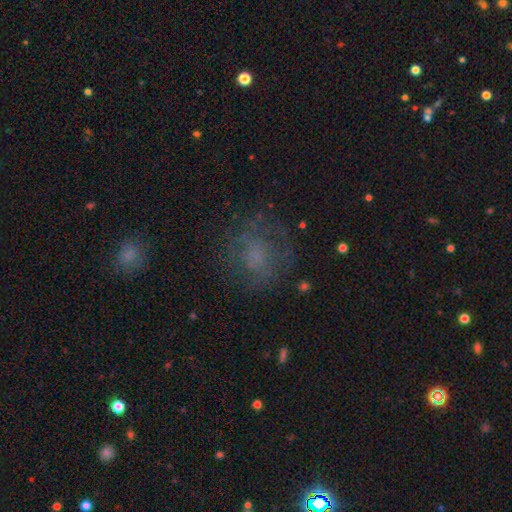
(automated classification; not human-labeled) Morphology: type=smooth (45%); merging=none (67%).